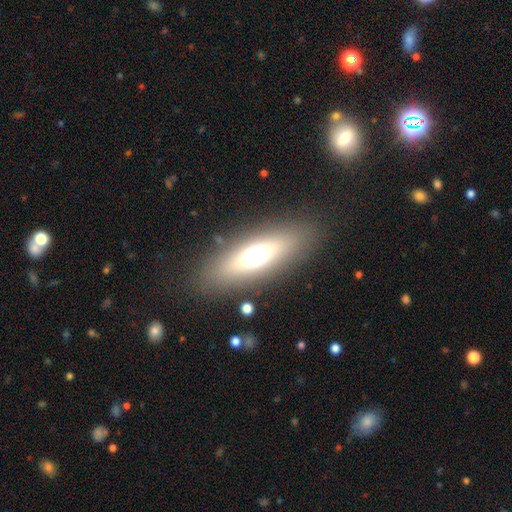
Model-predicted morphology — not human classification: The model was most divided on "smooth or featured": smooth: 56%, featured or disk: 32%, star or artifact: 12%. More confident: merging — none (84%); how rounded — in between (63%).